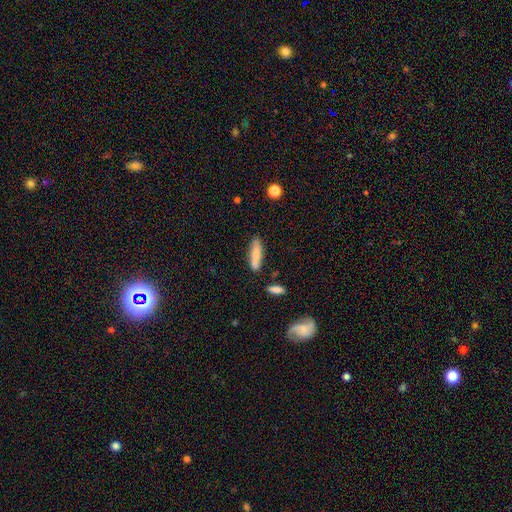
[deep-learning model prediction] Morphology: type=smooth (81%); roundness=cigar-shaped (67%); merging=none (76%).